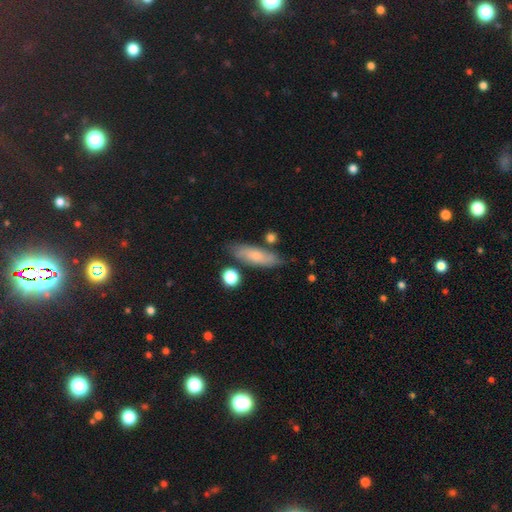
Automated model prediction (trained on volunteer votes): smooth_or_featured: smooth (p=0.67) [alt: featured or disk p=0.26]
how_rounded: cigar-shaped (p=0.51) [alt: in between p=0.46]
merging: none (p=0.74) [alt: minor disturbance p=0.16]